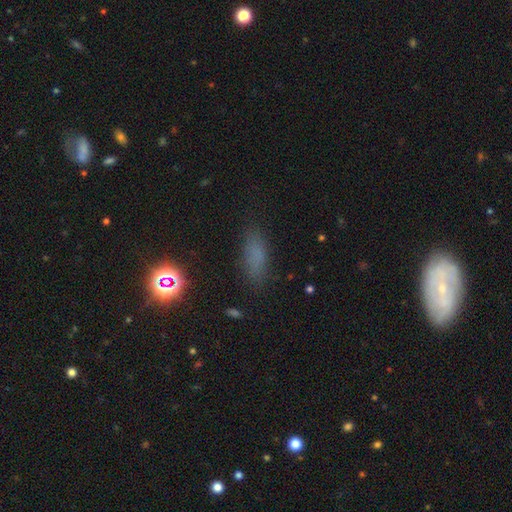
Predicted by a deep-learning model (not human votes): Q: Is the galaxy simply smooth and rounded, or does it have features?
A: smooth — 72%.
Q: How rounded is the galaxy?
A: in between — 63%.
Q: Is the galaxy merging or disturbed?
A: none — 79%.